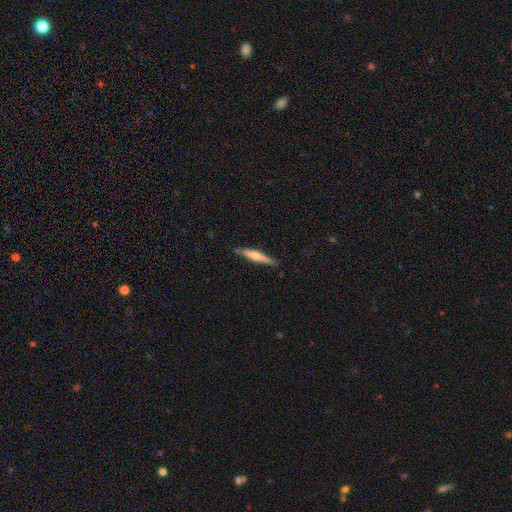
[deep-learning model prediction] A featured or disk galaxy (51%) viewed edge-on (96%).

Vote fractions:
- Smooth or featured? featured or disk: 51% / smooth: 43% / star or artifact: 6%
- Edge-on disk? yes: 96% / no: 4%
- Merging? none: 86% / minor disturbance: 11% / major disturbance: 2% / merger: 1%